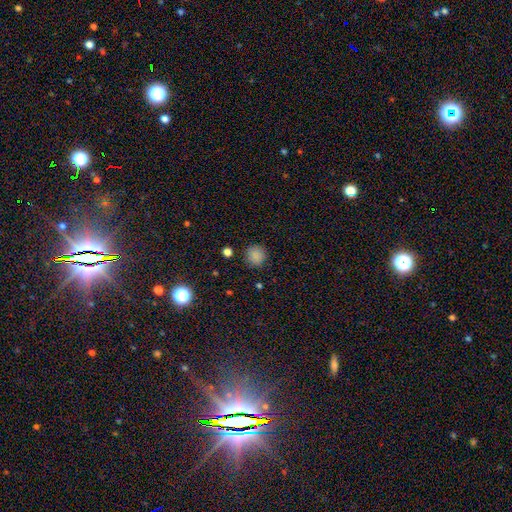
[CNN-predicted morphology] Q: Smooth or featured?
A: smooth (84%); runner-up: star or artifact (12%)
Q: How rounded?
A: round (92%); runner-up: in between (7%)
Q: Merging?
A: none (88%); runner-up: minor disturbance (8%)